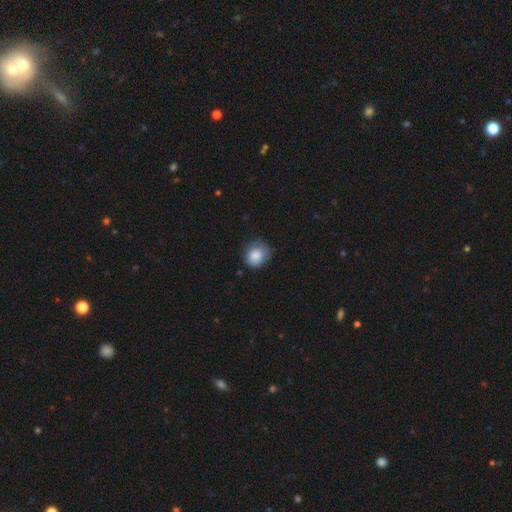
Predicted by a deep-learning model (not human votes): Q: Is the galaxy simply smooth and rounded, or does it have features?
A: smooth — 85%.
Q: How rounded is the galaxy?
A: round — 77%.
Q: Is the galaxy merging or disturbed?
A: none — 67%.